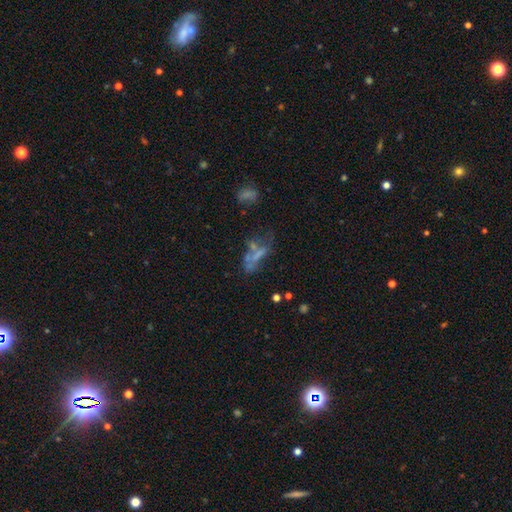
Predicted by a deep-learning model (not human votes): Smooth or featured? Predicted: featured or disk (p=0.40). Merging? Predicted: none (p=0.32).